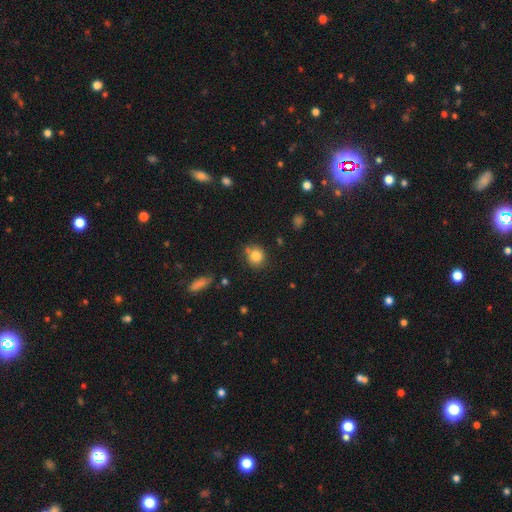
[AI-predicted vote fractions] smooth_or_featured: smooth (p=0.82) [alt: star or artifact p=0.11]
how_rounded: round (p=0.81) [alt: in between p=0.18]
merging: none (p=0.72) [alt: minor disturbance p=0.15]